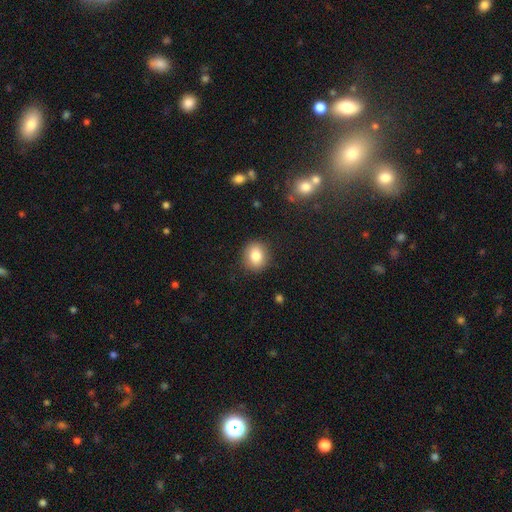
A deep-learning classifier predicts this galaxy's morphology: smooth_or_featured: smooth (p=0.82) [alt: star or artifact p=0.10]
how_rounded: round (p=0.76) [alt: in between p=0.23]
merging: none (p=0.89) [alt: minor disturbance p=0.08]